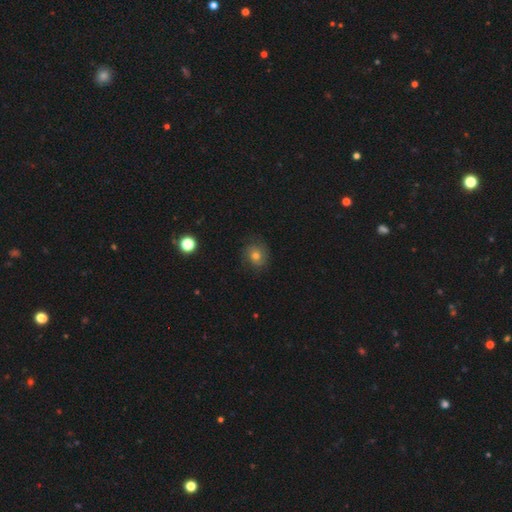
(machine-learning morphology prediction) smooth_or_featured: smooth (p=0.59) [alt: featured or disk p=0.25]
how_rounded: round (p=0.80) [alt: in between p=0.19]
merging: none (p=0.81) [alt: minor disturbance p=0.13]